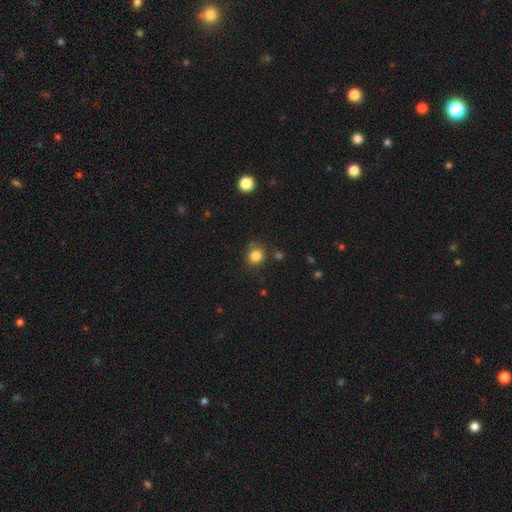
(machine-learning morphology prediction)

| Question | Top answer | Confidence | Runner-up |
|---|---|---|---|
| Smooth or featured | smooth | 83% | star or artifact (12%) |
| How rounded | round | 84% | in between (15%) |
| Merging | none | 79% | minor disturbance (12%) |